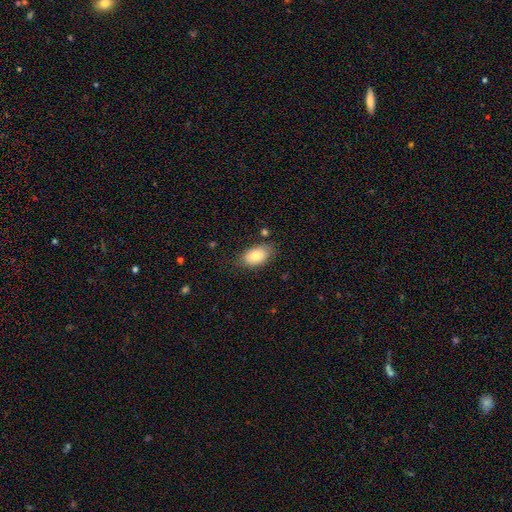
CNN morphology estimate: Smooth or featured: smooth — 81% (featured or disk — 12%)
How rounded: in between — 91% (round — 7%)
Merging: none — 76% (minor disturbance — 17%)